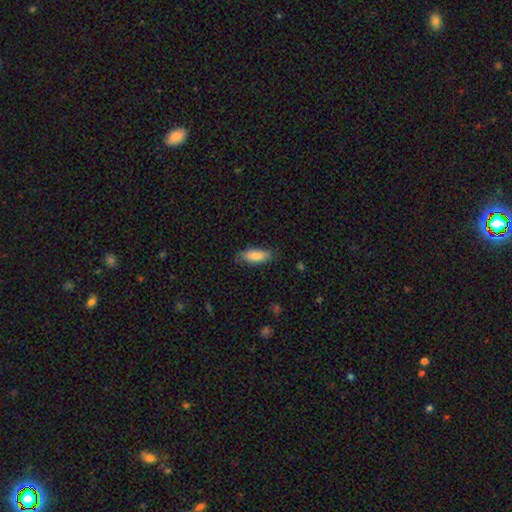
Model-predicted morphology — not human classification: Smooth or featured: smooth — 84% (featured or disk — 10%)
How rounded: in between — 71% (cigar-shaped — 27%)
Merging: none — 77% (minor disturbance — 18%)